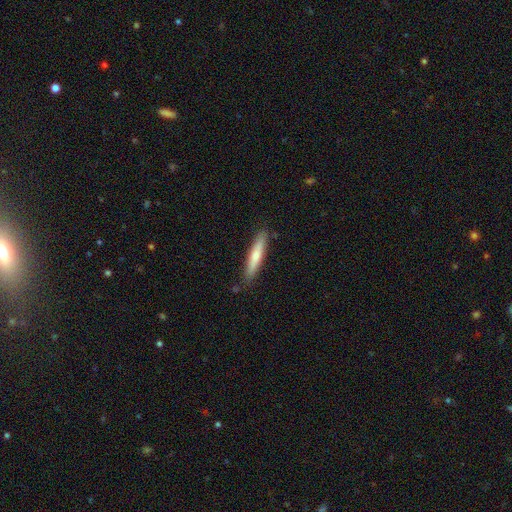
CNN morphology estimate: A smooth galaxy with no disk features (65%) that is cigar-shaped (90%). Merging: none (86%).